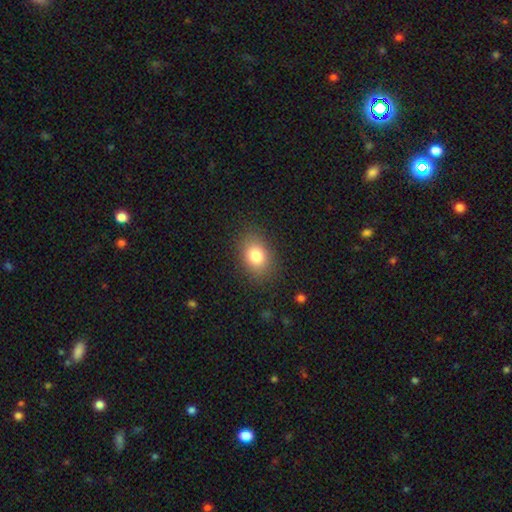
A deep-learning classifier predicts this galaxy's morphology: A smooth galaxy with no disk features (80%) that is in between round and cigar-shaped (68%). Merging: none (86%).